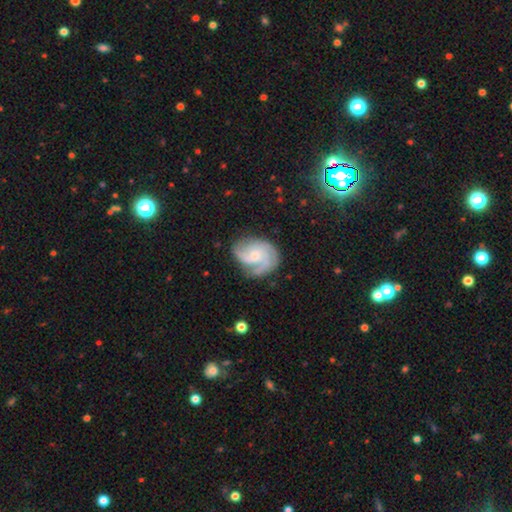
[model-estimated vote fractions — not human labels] smooth-or-featured: featured or disk: 84% | smooth: 11% | star or artifact: 6%
  disk-edge-on: no: 98% | yes: 2%
    bar: no: 68% | weak: 28% | strong: 4%
    has-spiral-arms: yes: 97% | no: 3%
      spiral-winding: tight: 46% | medium: 43% | loose: 11%
      spiral-arm-count: 3: 48% | 2: 20% | can't tell: 13% | 4: 8% | 1: 5% | more than 4: 5%
    bulge-size: small: 61% | moderate: 30% | none: 6% | large: 2% | dominant: 1%
  merging: none: 69% | minor disturbance: 20% | major disturbance: 9% | merger: 2%